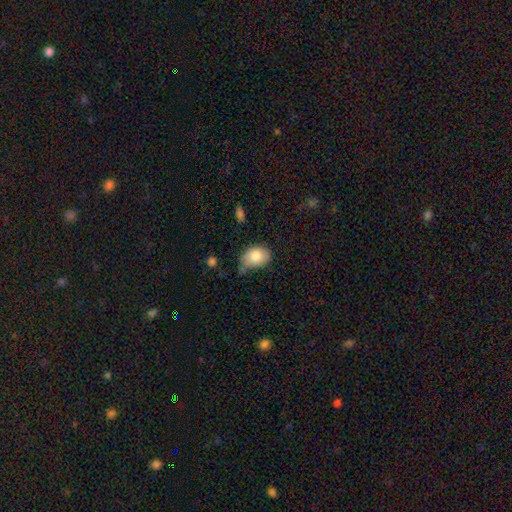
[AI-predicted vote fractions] This appears to be a smooth galaxy with no disk features (83%) that is in between round and cigar-shaped (71%). Merging: none (44%).